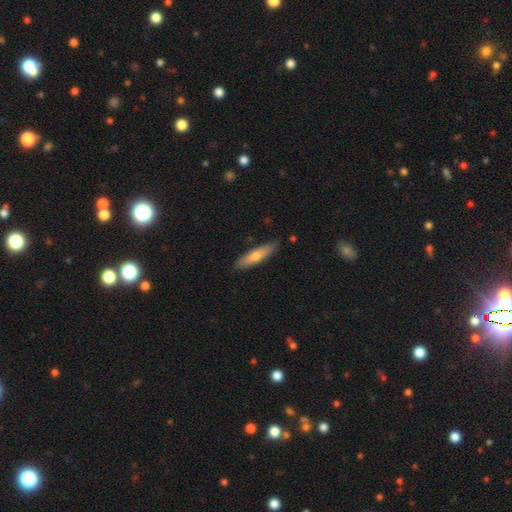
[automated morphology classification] This appears to be a smooth galaxy with no disk features (58%) that is cigar-shaped (85%). Merging: none (88%).